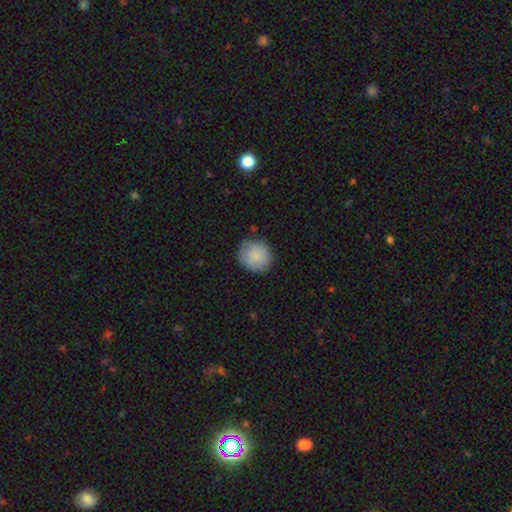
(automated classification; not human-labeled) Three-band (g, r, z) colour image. It shows a smooth galaxy with no disk features (86%) that is round (86%). Merging: none (82%).